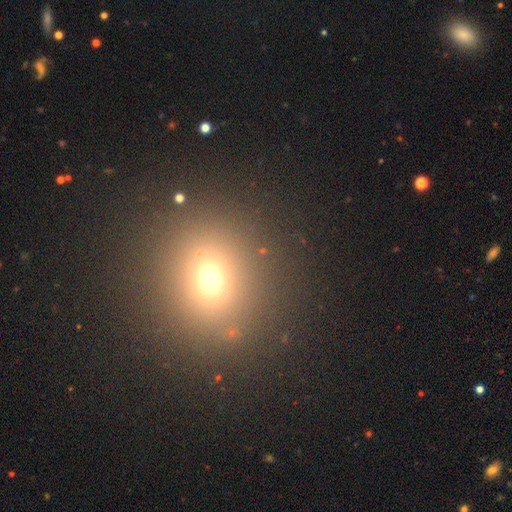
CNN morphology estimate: Smooth or featured?
  - smooth: 55% *
  - star or artifact: 33%
  - featured or disk: 12%
How rounded?
  - round: 85% *
  - in between: 14%
  - cigar-shaped: 1%
Merging?
  - none: 88% *
  - minor disturbance: 7%
  - major disturbance: 3%
  - merger: 2%